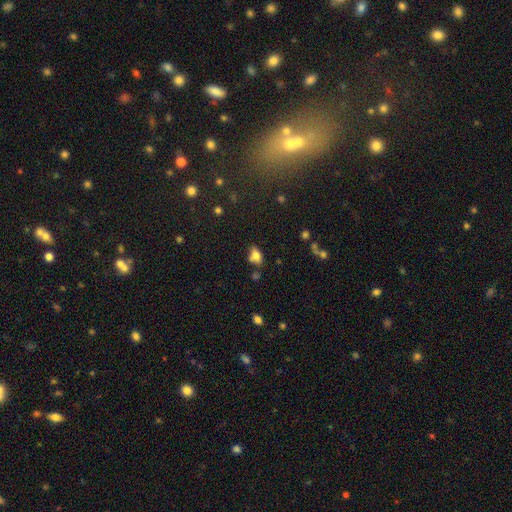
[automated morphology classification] Smooth or featured?
  - smooth: 74% *
  - featured or disk: 13%
  - star or artifact: 12%
How rounded?
  - in between: 79% *
  - round: 18%
  - cigar-shaped: 3%
Merging?
  - none: 52% *
  - minor disturbance: 24%
  - merger: 16%
  - major disturbance: 8%